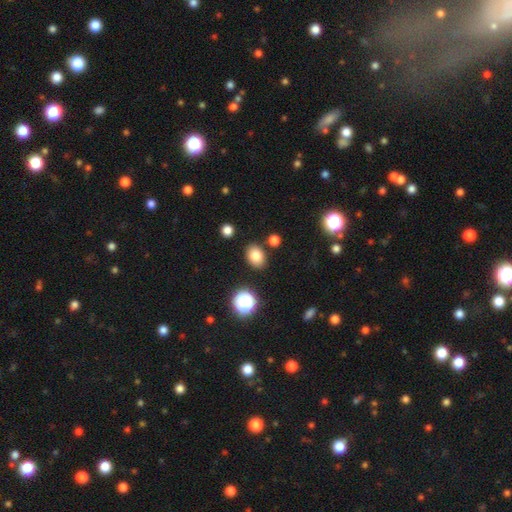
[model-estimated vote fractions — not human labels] smooth 81%, star or artifact 12%, featured or disk 8%. Down the decision tree: how rounded — in between (69%); merging — none (84%).